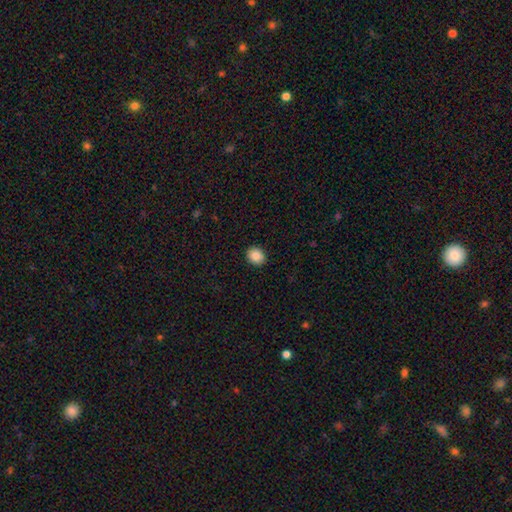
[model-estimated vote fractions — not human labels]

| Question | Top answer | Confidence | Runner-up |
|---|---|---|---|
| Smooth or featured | smooth | 86% | star or artifact (9%) |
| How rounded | round | 68% | in between (31%) |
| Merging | none | 92% | minor disturbance (6%) |